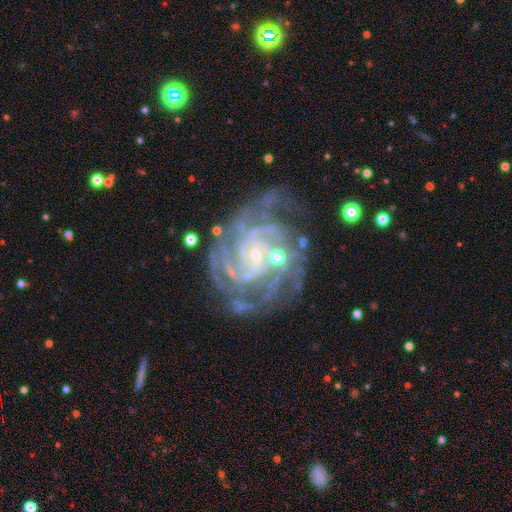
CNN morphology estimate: Smooth or featured: featured or disk — 90% (star or artifact — 6%)
Edge-on disk: no — 98% (yes — 2%)
Bar: no — 54% (weak — 33%)
Spiral arms: yes — 98% (no — 2%)
Spiral winding: tight — 73% (medium — 24%)
Spiral arm count: 4 — 33% (3 — 18%)
Bulge size: small — 80% (moderate — 13%)
Merging: none — 68% (minor disturbance — 19%)